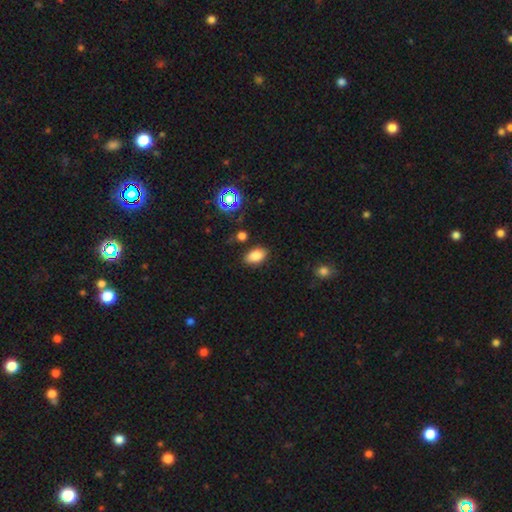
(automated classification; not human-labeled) Smooth or featured: smooth — 81% (star or artifact — 12%)
How rounded: in between — 90% (round — 7%)
Merging: none — 84% (minor disturbance — 11%)